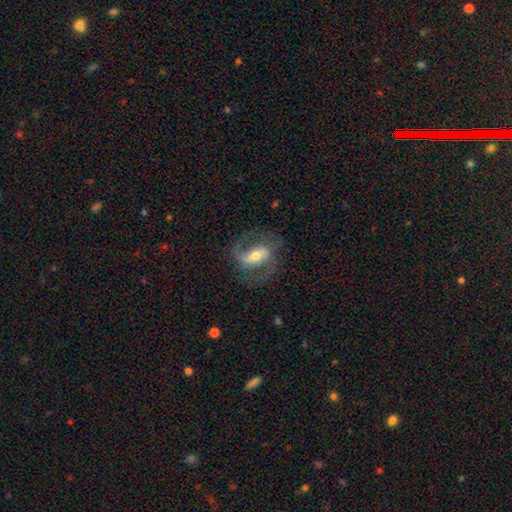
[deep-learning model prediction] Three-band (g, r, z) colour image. It shows a featured or disk galaxy (85%) with a strong bar (51%), 2 (89%) medium (56%) spiral arms (94%) and a moderate central bulge (58%). Merging: none (75%).